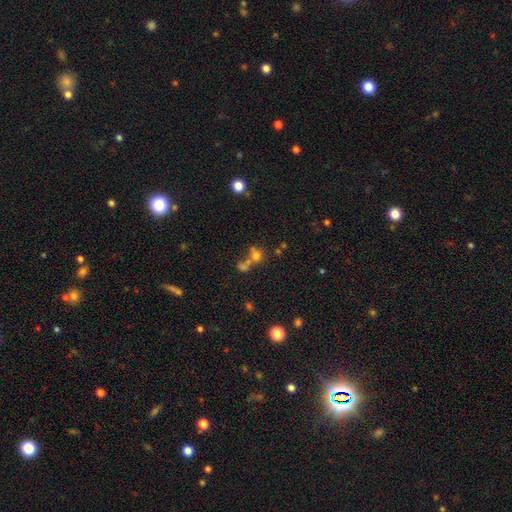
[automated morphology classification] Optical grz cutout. It shows a smooth galaxy with no disk features (61%) that is round (85%). Merging: none (46%).